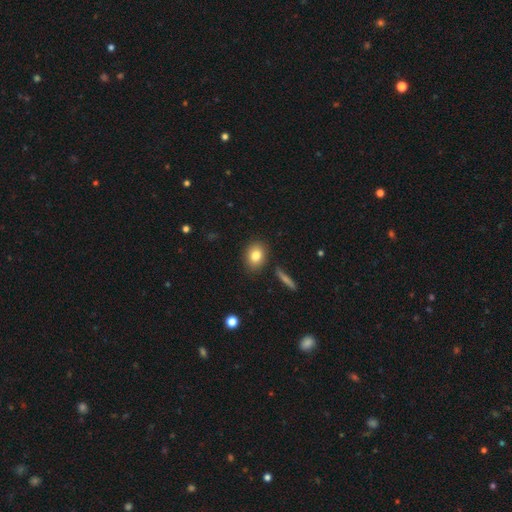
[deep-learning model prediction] smooth 82%, featured or disk 9%, star or artifact 9%. Down the decision tree: how rounded — in between (58%); merging — none (86%).